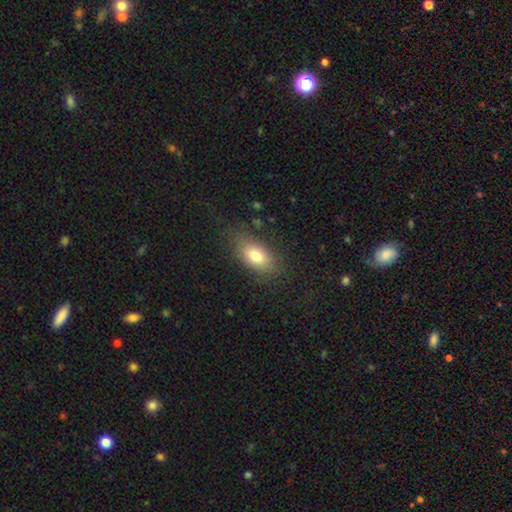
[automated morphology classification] smooth_or_featured: smooth (p=0.75) [alt: featured or disk p=0.15]
how_rounded: in between (p=0.87) [alt: round p=0.09]
merging: none (p=0.76) [alt: minor disturbance p=0.15]